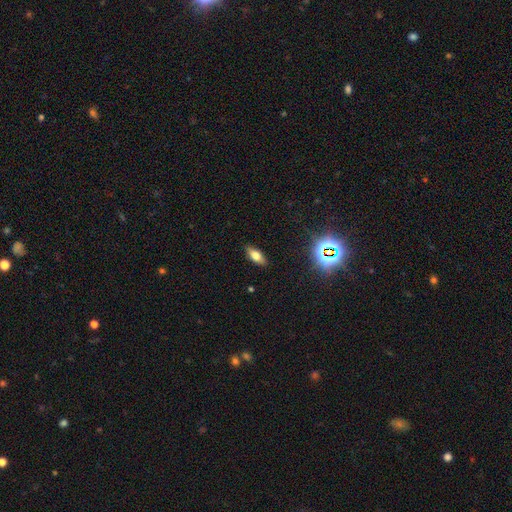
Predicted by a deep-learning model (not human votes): smooth_or_featured: smooth (p=0.66) [alt: featured or disk p=0.21]
how_rounded: in between (p=0.77) [alt: cigar-shaped p=0.19]
merging: none (p=0.88) [alt: minor disturbance p=0.09]